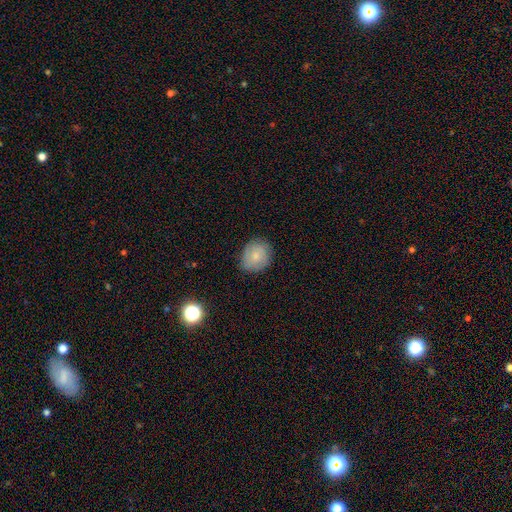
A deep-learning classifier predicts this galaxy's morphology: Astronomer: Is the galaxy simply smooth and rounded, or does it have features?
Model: smooth — 70%.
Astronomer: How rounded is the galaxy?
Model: round — 61% (runner-up: in between, 38%).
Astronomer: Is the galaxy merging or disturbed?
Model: none — 77%.